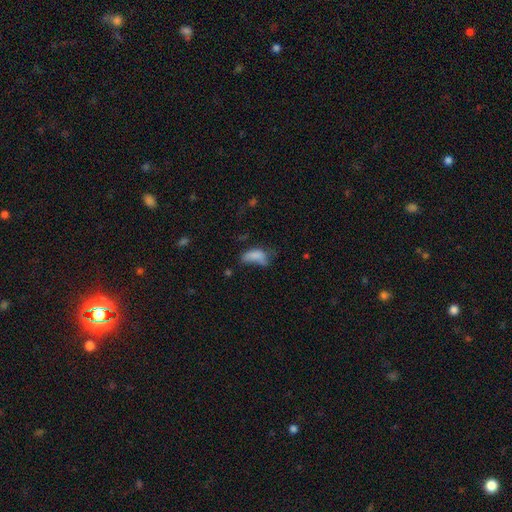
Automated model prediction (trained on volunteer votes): Smooth or featured? smooth (71%)
How rounded? in between (86%)
Merging? major disturbance (42%)